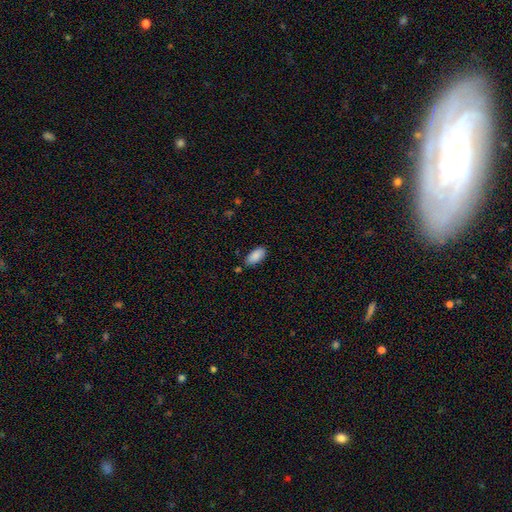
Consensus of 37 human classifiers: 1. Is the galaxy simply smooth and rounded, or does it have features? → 81% smooth, 16% featured or disk, 3% star or artifact.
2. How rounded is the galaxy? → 97% in between, 3% cigar-shaped, 0% round.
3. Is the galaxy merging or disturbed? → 86% none, 11% minor disturbance, 3% merger, 0% major disturbance.